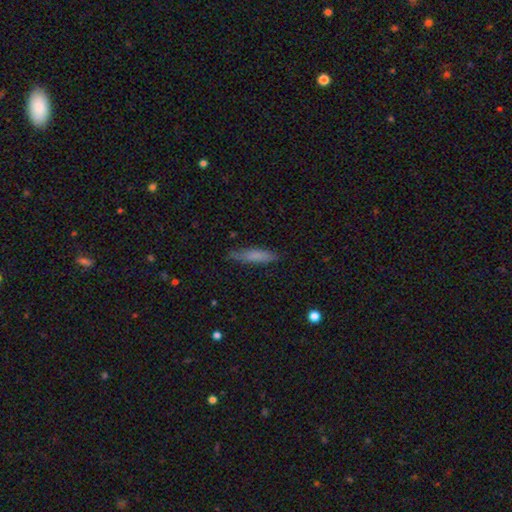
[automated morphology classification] Smooth or featured? smooth (76%)
How rounded? cigar-shaped (79%)
Merging? none (81%)